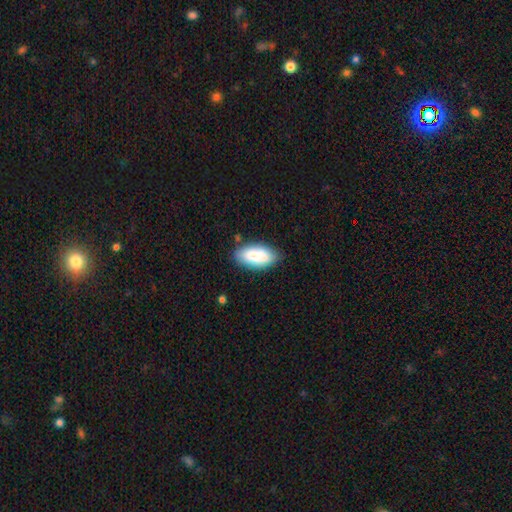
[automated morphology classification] Overall: smooth (74%). How rounded: in between (92%). Merging: none (71%).